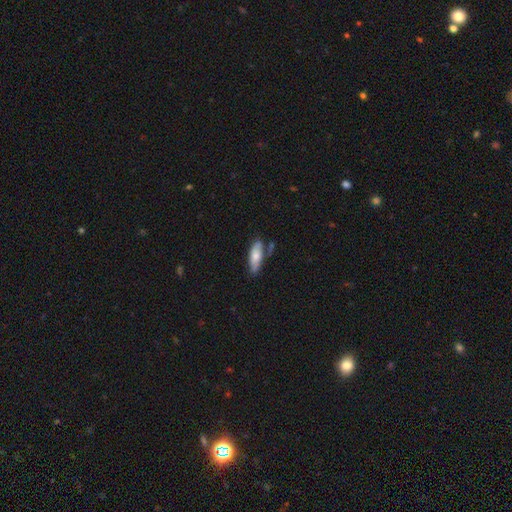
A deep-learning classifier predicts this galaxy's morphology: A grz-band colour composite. It shows a smooth galaxy with no disk features (68%) that is in between round and cigar-shaped (65%). Merging: none (63%).